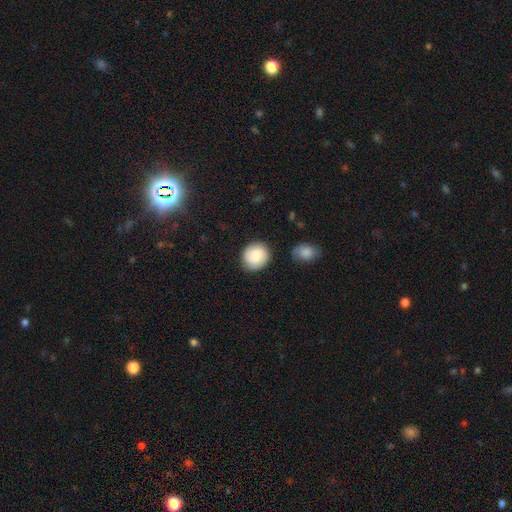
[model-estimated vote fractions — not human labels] This appears to be a smooth galaxy with no disk features (74%) that is round (81%). Merging: none (81%).